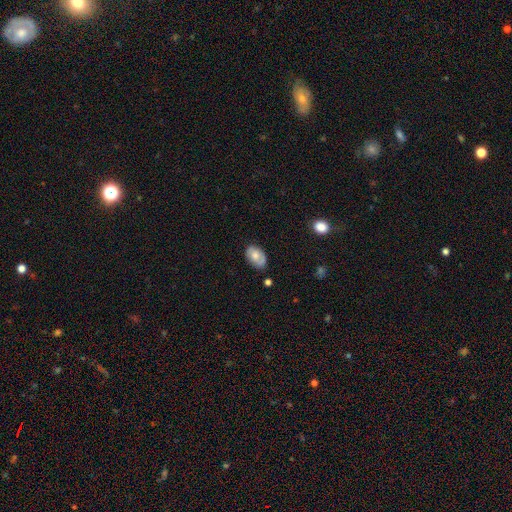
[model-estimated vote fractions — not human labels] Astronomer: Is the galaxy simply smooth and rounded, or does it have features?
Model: smooth — 64%.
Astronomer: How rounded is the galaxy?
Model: in between — 89%.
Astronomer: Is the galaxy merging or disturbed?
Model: none — 73%.